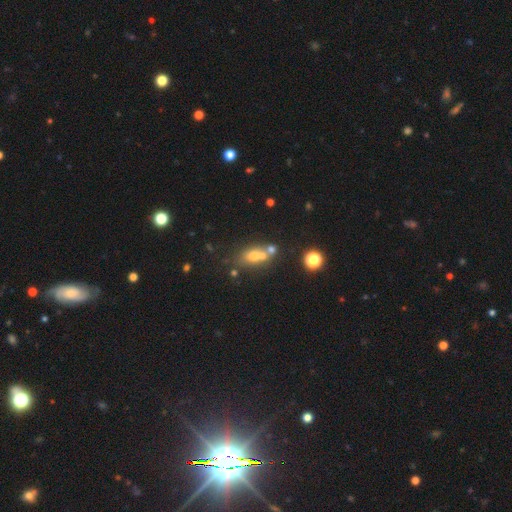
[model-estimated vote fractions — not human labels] smooth 61%, featured or disk 23%, star or artifact 16%. Down the decision tree: how rounded — in between (59%); merging — merger (43%).